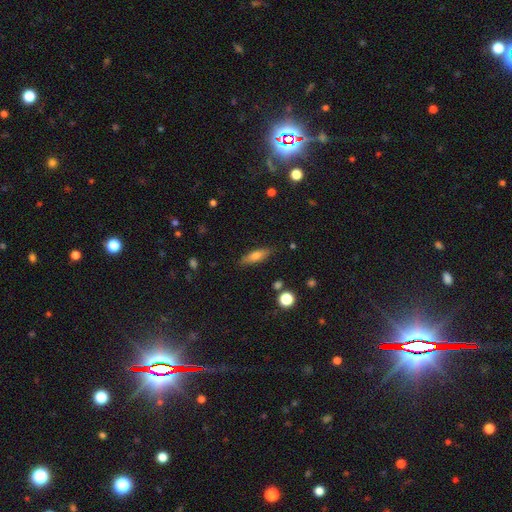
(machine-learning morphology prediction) A smooth galaxy with no disk features (69%) that is cigar-shaped (49%).

Vote fractions:
- Smooth or featured? smooth: 69% / featured or disk: 23% / star or artifact: 8%
- How rounded? cigar-shaped: 49% / in between: 48% / round: 3%
- Merging? none: 85% / minor disturbance: 11% / major disturbance: 3% / merger: 2%